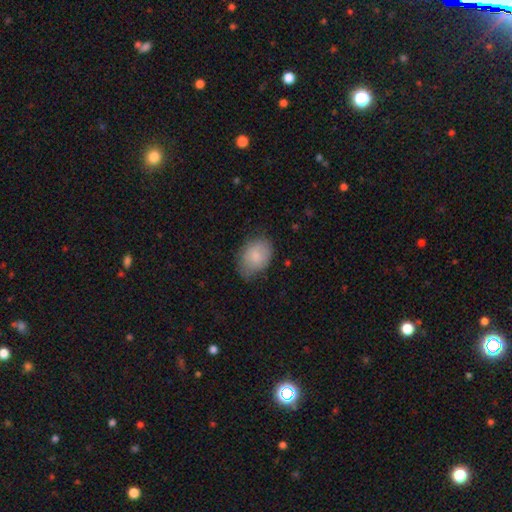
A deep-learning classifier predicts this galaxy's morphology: Smooth or featured? smooth (81%)
How rounded? in between (78%)
Merging? none (65%)